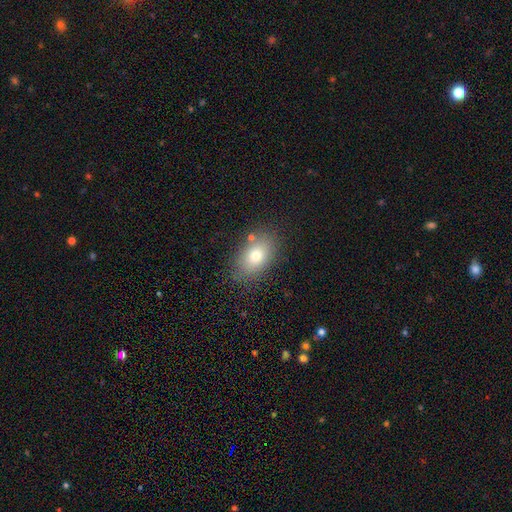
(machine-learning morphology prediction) A smooth galaxy with no disk features (76%) that is in between round and cigar-shaped (85%).

Vote fractions:
- Smooth or featured? smooth: 76% / featured or disk: 14% / star or artifact: 10%
- How rounded? in between: 85% / round: 13% / cigar-shaped: 2%
- Merging? none: 79% / minor disturbance: 13% / merger: 4% / major disturbance: 4%